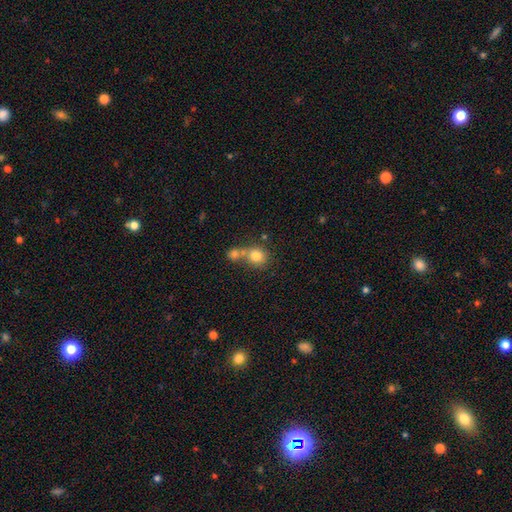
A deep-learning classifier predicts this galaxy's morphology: Smooth or featured?
  - smooth: 79% *
  - star or artifact: 11%
  - featured or disk: 10%
How rounded?
  - round: 82% *
  - in between: 17%
  - cigar-shaped: 1%
Merging?
  - none: 45% *
  - merger: 43%
  - minor disturbance: 8%
  - major disturbance: 4%